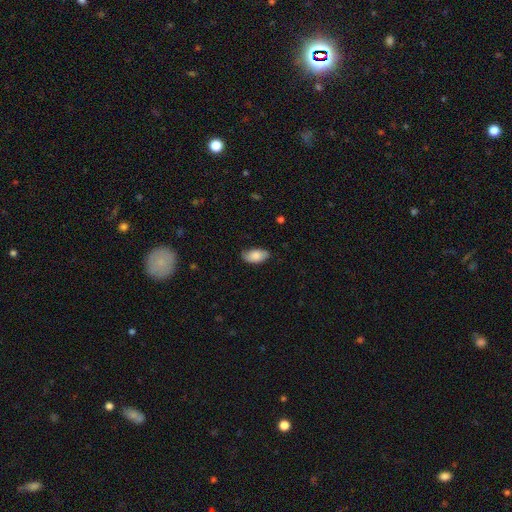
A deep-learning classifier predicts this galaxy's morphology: Q: Smooth or featured?
A: smooth (82%); runner-up: featured or disk (11%)
Q: How rounded?
A: in between (94%); runner-up: round (3%)
Q: Merging?
A: none (79%); runner-up: minor disturbance (17%)